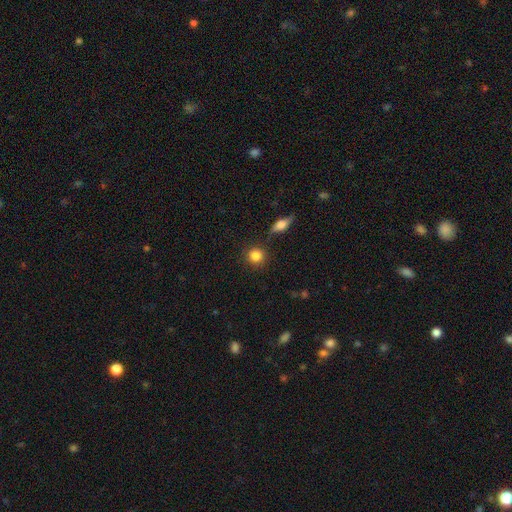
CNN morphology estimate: Overall: smooth (85%). How rounded: round (91%). Merging: none (85%).